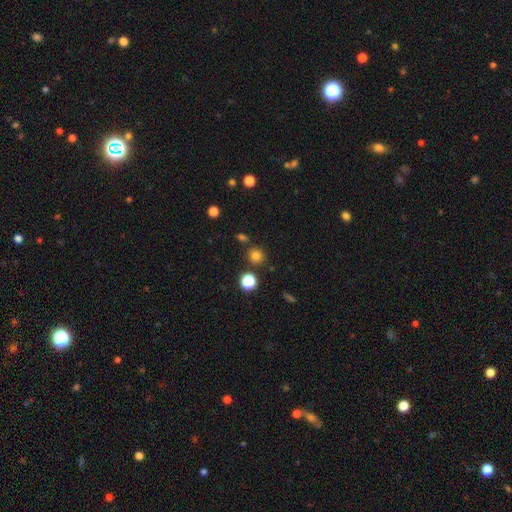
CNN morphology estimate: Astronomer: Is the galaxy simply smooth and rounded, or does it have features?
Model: smooth — 78%.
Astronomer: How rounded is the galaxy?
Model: round — 87%.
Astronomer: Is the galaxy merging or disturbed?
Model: none — 81%.